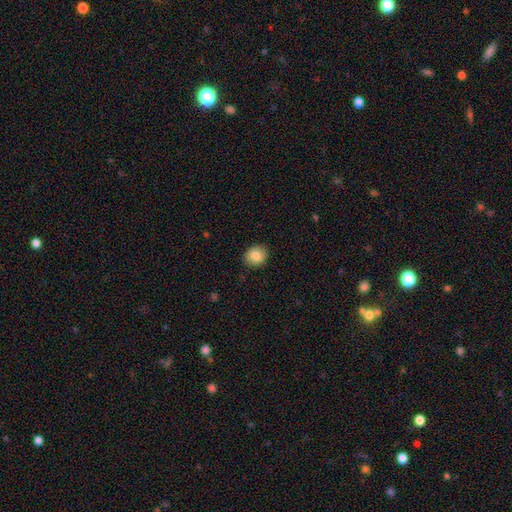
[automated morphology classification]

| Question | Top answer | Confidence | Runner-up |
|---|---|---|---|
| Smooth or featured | smooth | 85% | star or artifact (8%) |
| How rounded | round | 66% | in between (33%) |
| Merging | none | 89% | minor disturbance (8%) |